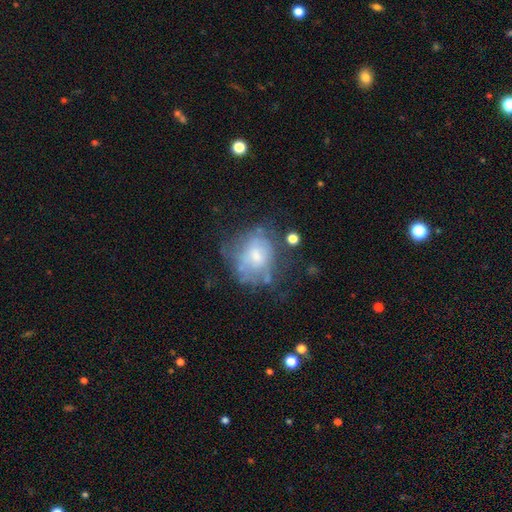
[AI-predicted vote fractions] This is possibly a smooth galaxy (47%). Merging: marginally none (39%).